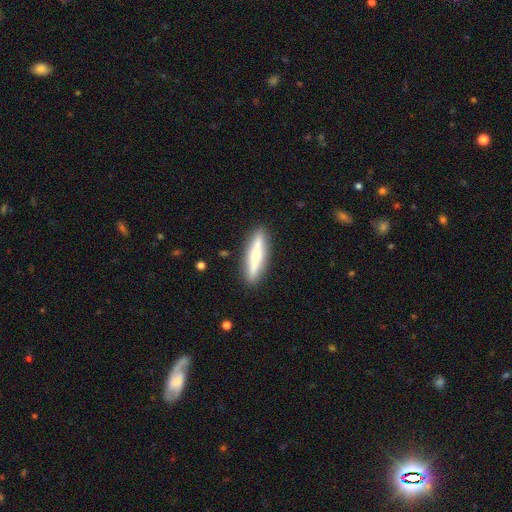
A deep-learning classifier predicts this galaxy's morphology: Smooth or featured? Predicted: smooth (p=0.63). How rounded? Predicted: cigar-shaped (p=0.85). Merging? Predicted: none (p=0.89).